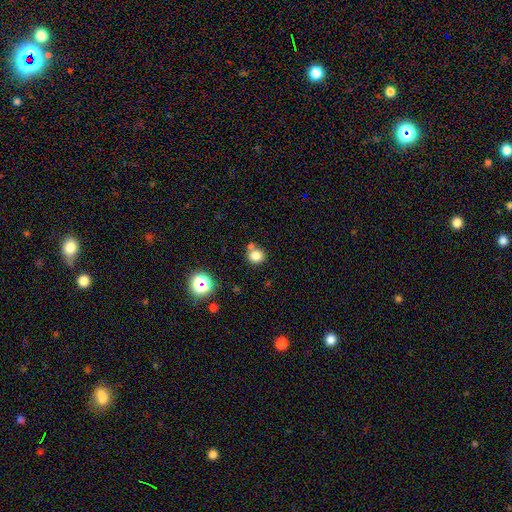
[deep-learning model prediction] Morphology: type=smooth (80%); roundness=round (85%); merging=none (65%).